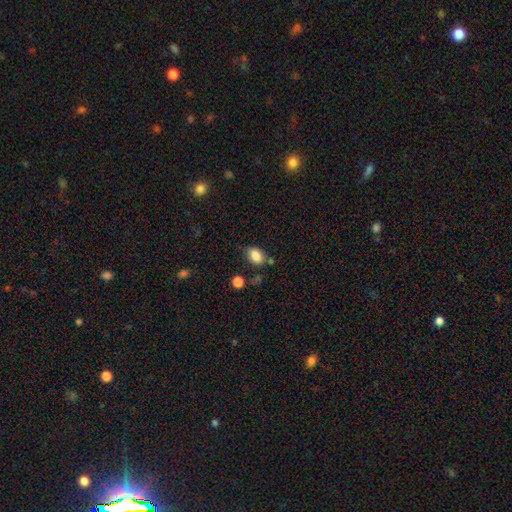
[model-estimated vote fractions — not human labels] Q: Smooth or featured?
A: smooth (84%); runner-up: star or artifact (9%)
Q: How rounded?
A: in between (76%); runner-up: round (22%)
Q: Merging?
A: none (66%); runner-up: minor disturbance (21%)